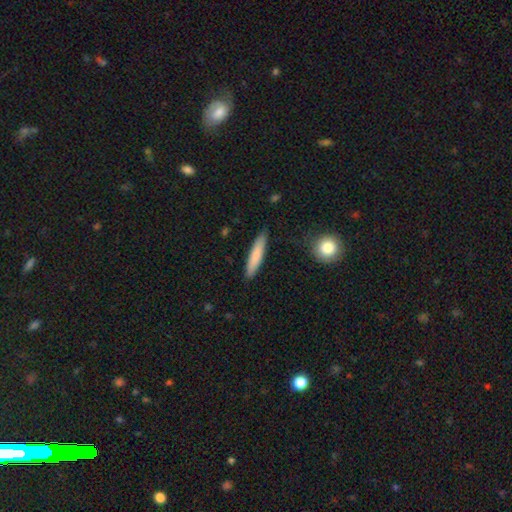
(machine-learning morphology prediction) A smooth galaxy with no disk features (79%) that is cigar-shaped (88%).

Vote fractions:
- Smooth or featured? smooth: 79% / featured or disk: 15% / star or artifact: 6%
- How rounded? cigar-shaped: 88% / in between: 11% / round: 1%
- Merging? none: 87% / minor disturbance: 10% / major disturbance: 2% / merger: 2%